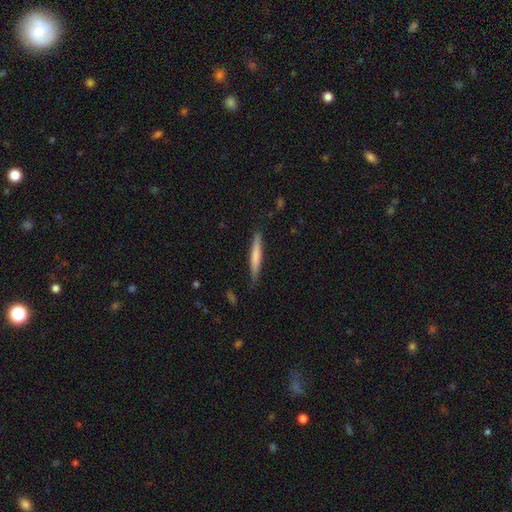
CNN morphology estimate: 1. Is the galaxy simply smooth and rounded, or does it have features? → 65% smooth, 30% featured or disk, 5% star or artifact.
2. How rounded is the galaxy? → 95% cigar-shaped, 4% in between, 1% round.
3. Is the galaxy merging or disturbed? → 85% none, 12% minor disturbance, 2% major disturbance, 1% merger.